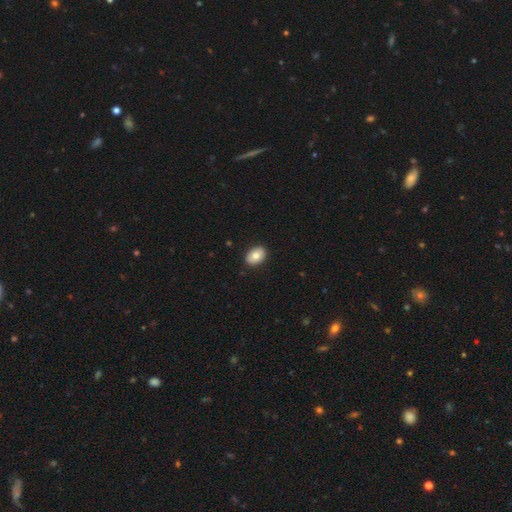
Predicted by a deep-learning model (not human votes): smooth_or_featured: smooth (p=0.79) [alt: featured or disk p=0.14]
how_rounded: in between (p=0.84) [alt: round p=0.15]
merging: none (p=0.89) [alt: minor disturbance p=0.08]